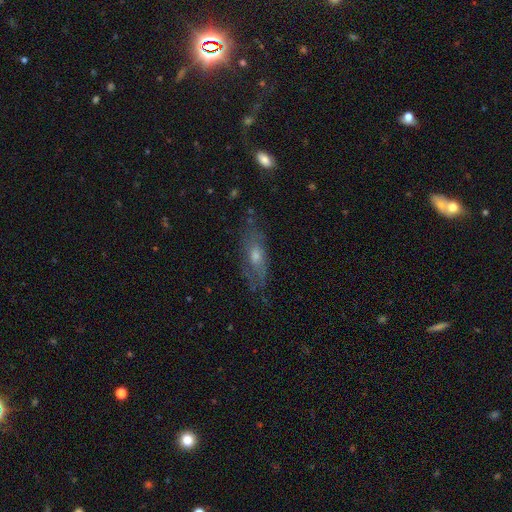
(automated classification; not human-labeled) A featured or disk galaxy (57%). Merging: none (70%).